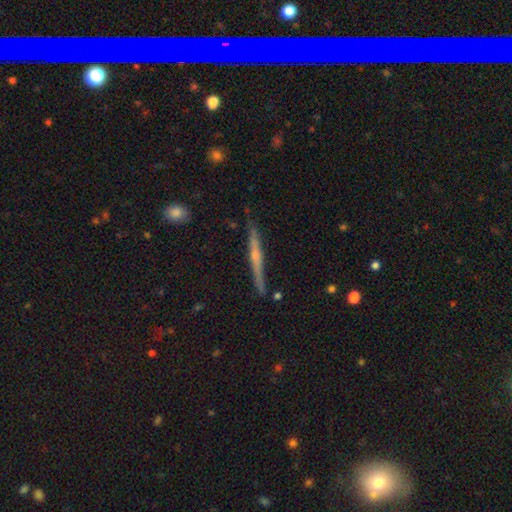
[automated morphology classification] smooth_or_featured: featured or disk (p=0.65) [alt: smooth p=0.29]
disk_edge_on: yes (p=0.97) [alt: no p=0.03]
edge_on_bulge: rounded (p=0.54) [alt: none p=0.37]
merging: none (p=0.86) [alt: minor disturbance p=0.10]